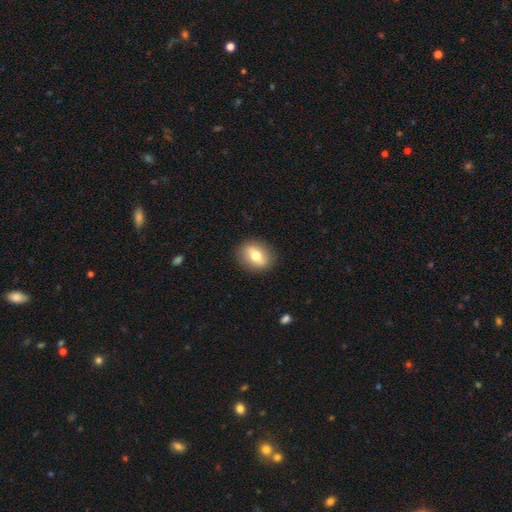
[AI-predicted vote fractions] The model was most divided on "how rounded": in between: 56%, round: 42%, cigar-shaped: 2%. More confident: merging — none (88%); smooth or featured — smooth (70%).